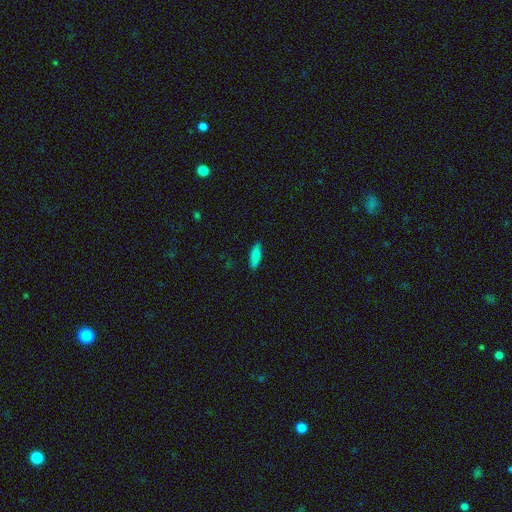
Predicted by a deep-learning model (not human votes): smooth-or-featured: smooth: 81% | featured or disk: 13% | star or artifact: 7%
  how-rounded: in between: 57% | cigar-shaped: 41% | round: 2%
  merging: none: 87% | minor disturbance: 10% | major disturbance: 2% | merger: 1%